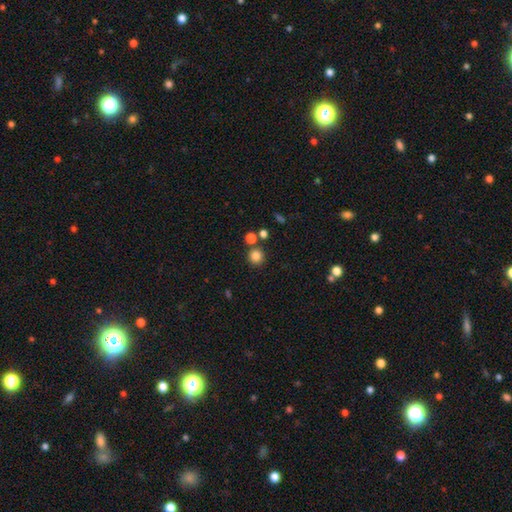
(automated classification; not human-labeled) Smooth or featured?
  - smooth: 83% *
  - star or artifact: 13%
  - featured or disk: 5%
How rounded?
  - round: 93% *
  - in between: 6%
  - cigar-shaped: 1%
Merging?
  - none: 79% *
  - merger: 11%
  - minor disturbance: 7%
  - major disturbance: 3%